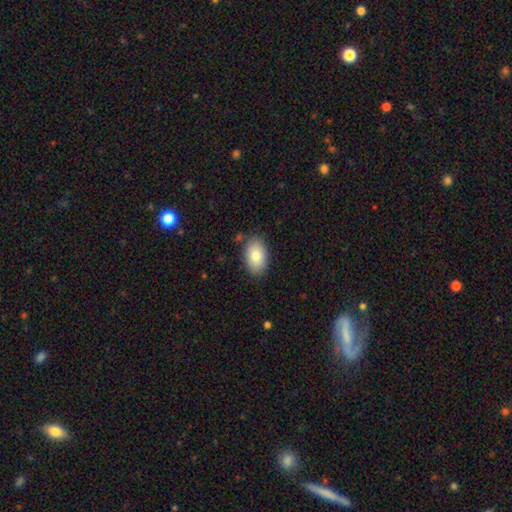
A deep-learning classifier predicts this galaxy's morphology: Smooth or featured?
  - smooth: 82% *
  - featured or disk: 11%
  - star or artifact: 7%
How rounded?
  - in between: 90% *
  - round: 9%
  - cigar-shaped: 1%
Merging?
  - none: 84% *
  - minor disturbance: 11%
  - major disturbance: 3%
  - merger: 2%